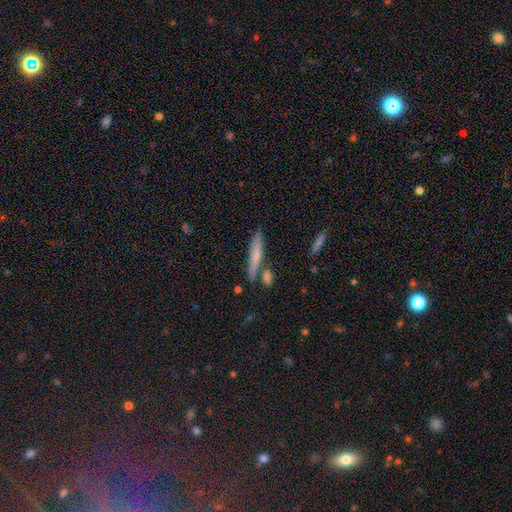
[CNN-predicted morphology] Smooth or featured? smooth (64%)
How rounded? cigar-shaped (90%)
Merging? none (77%)